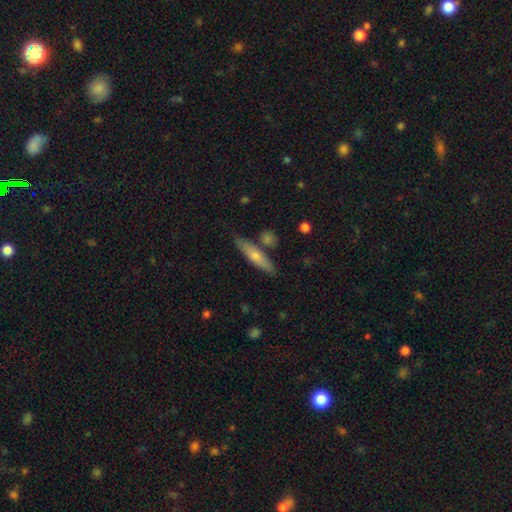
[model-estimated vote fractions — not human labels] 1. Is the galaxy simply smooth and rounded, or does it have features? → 64% smooth, 30% featured or disk, 6% star or artifact.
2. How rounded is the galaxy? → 79% cigar-shaped, 19% in between, 2% round.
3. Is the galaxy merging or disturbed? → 77% none, 13% minor disturbance, 8% merger, 3% major disturbance.